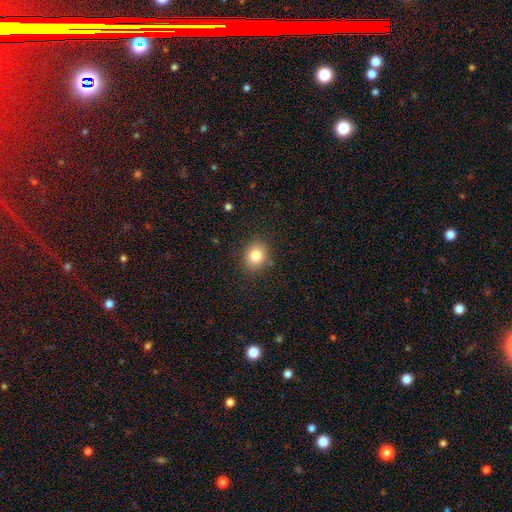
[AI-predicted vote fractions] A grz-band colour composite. It shows a smooth galaxy with no disk features (81%) that is round (64%). Merging: none (86%).